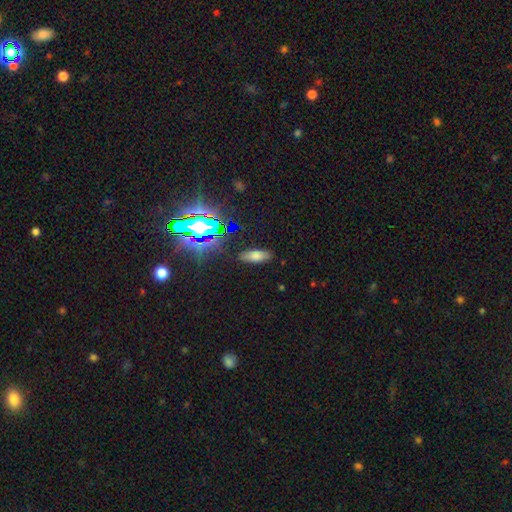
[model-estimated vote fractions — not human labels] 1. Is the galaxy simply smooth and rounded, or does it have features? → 60% smooth, 26% star or artifact, 15% featured or disk.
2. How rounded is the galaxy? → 73% in between, 22% cigar-shaped, 5% round.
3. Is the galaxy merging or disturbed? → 87% none, 9% minor disturbance, 3% major disturbance, 2% merger.